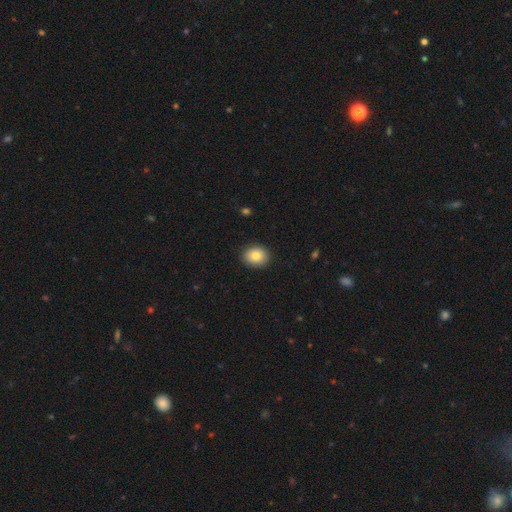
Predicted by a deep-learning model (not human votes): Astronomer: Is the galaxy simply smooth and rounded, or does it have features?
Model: smooth — 81%.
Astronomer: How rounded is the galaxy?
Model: round — 60% (runner-up: in between, 39%).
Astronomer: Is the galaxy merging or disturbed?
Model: none — 90%.